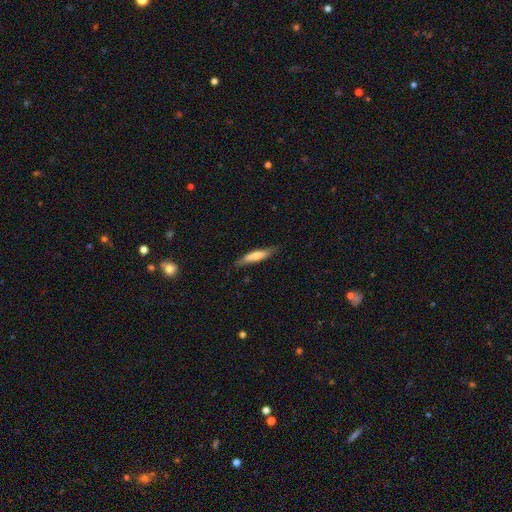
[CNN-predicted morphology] Smooth or featured? Predicted: smooth (p=0.62). How rounded? Predicted: cigar-shaped (p=0.85). Merging? Predicted: none (p=0.81).